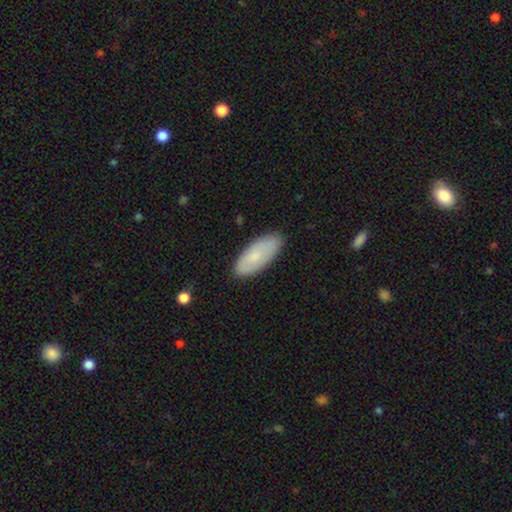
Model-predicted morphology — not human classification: The model was most divided on "smooth or featured": smooth: 79%, featured or disk: 15%, star or artifact: 6%. More confident: merging — none (85%); how rounded — in between (85%).